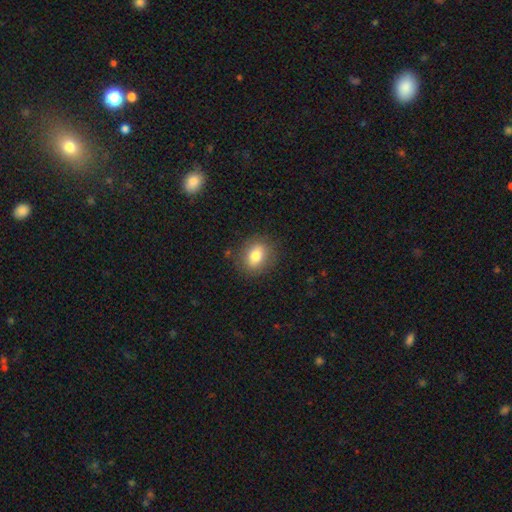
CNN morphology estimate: Overall: smooth (79%). How rounded: in between (51%; round 47%). Merging: none (84%).